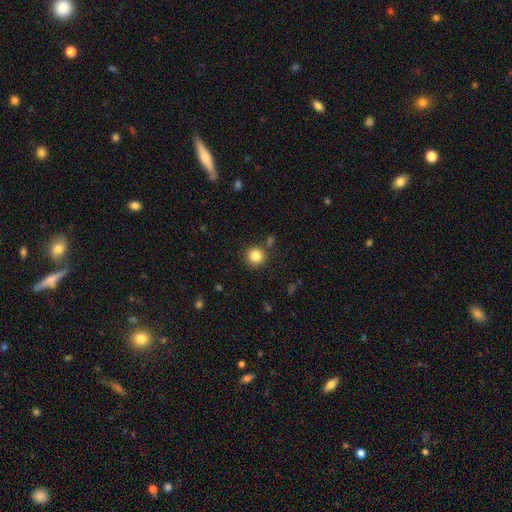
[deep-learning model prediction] A smooth galaxy with no disk features (84%) that is round (93%).

Vote fractions:
- Smooth or featured? smooth: 84% / star or artifact: 11% / featured or disk: 5%
- How rounded? round: 93% / in between: 6% / cigar-shaped: 1%
- Merging? none: 85% / minor disturbance: 8% / merger: 4% / major disturbance: 3%